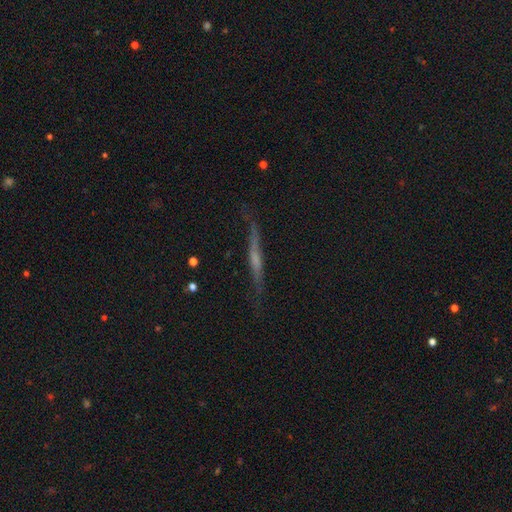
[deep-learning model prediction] Q: Smooth or featured?
A: featured or disk (66%); runner-up: smooth (24%)
Q: Edge-on disk?
A: yes (92%); runner-up: no (8%)
Q: Edge-on bulge?
A: rounded (44%); runner-up: none (43%)
Q: Merging?
A: none (77%); runner-up: minor disturbance (16%)